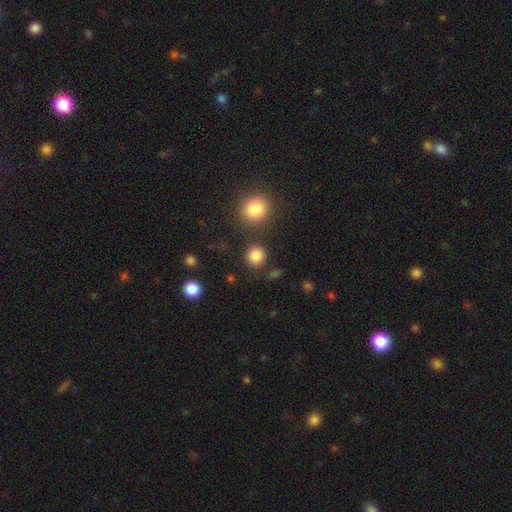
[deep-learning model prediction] This appears to be a smooth galaxy with no disk features (85%) that is round (90%). Merging: none (84%).